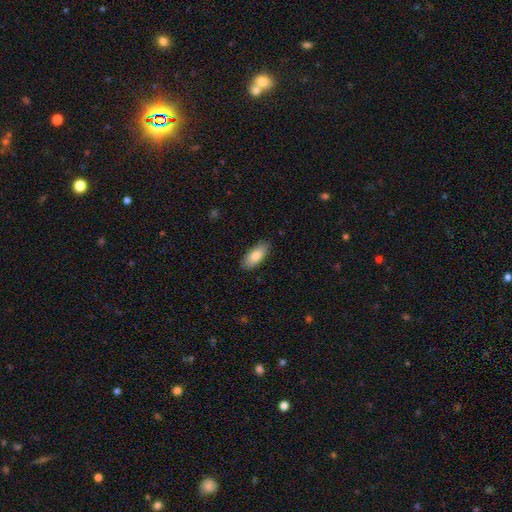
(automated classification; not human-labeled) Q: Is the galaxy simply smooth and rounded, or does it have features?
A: smooth — 82%.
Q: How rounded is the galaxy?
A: in between — 86%.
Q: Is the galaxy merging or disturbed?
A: none — 86%.